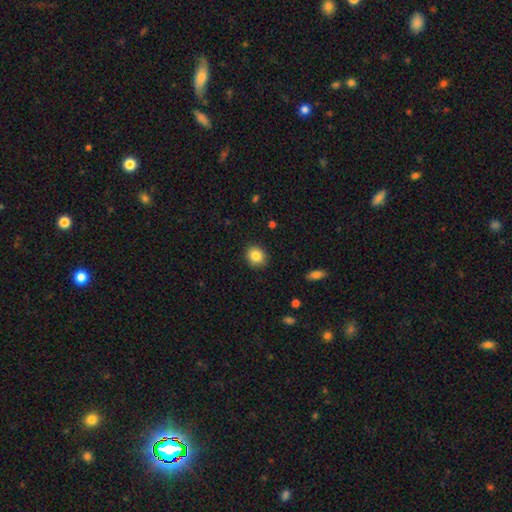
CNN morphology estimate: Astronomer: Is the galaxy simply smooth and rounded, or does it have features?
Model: smooth — 84%.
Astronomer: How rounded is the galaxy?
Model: round — 72%.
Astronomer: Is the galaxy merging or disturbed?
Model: none — 90%.